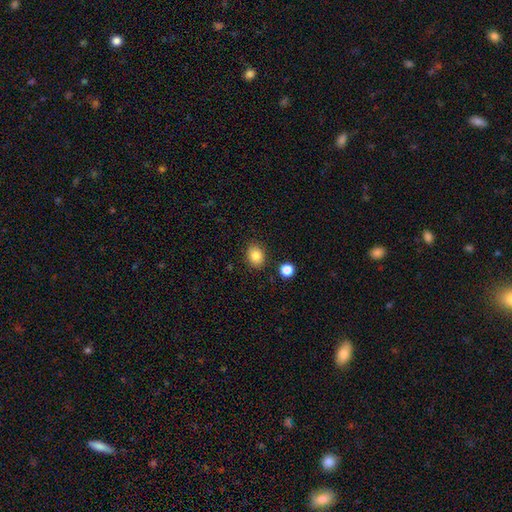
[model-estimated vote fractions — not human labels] A smooth galaxy with no disk features (84%) that is in between round and cigar-shaped (51%). Merging: none (87%).